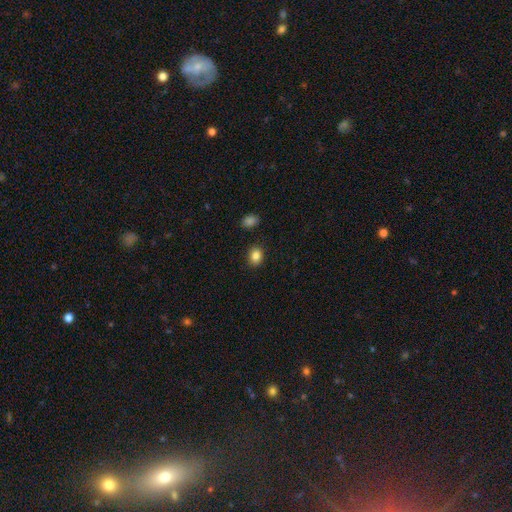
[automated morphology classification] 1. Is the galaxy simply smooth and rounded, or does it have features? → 85% smooth, 10% star or artifact, 5% featured or disk.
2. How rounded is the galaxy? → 50% in between, 49% round, 1% cigar-shaped.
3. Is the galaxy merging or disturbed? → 88% none, 8% minor disturbance, 2% major disturbance, 2% merger.